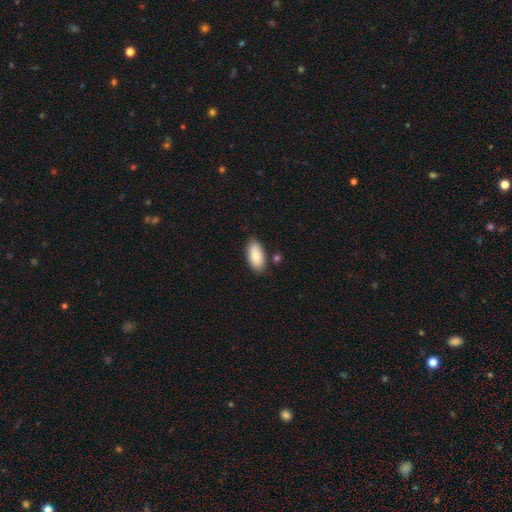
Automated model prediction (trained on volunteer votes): Overall: smooth (86%). How rounded: in between (92%). Merging: none (81%).